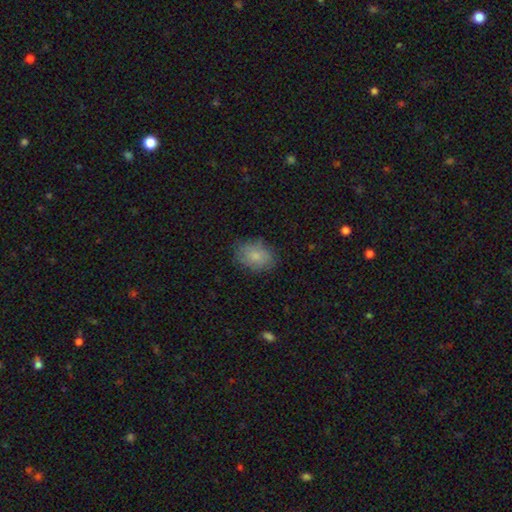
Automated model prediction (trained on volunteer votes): This appears to be a smooth galaxy with no disk features (80%) that is in between round and cigar-shaped (78%). Merging: none (78%).